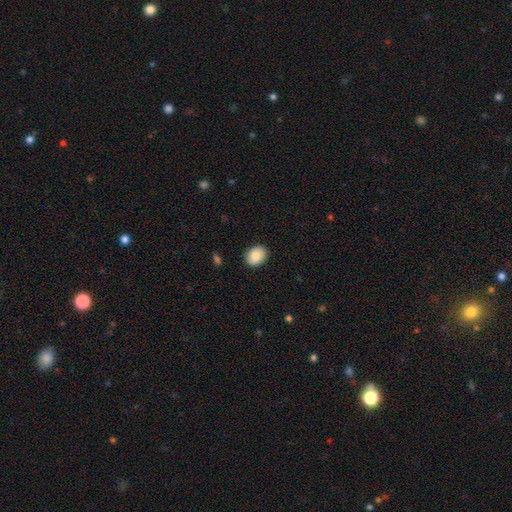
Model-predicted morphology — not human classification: Smooth or featured? Predicted: smooth (p=0.84). How rounded? Predicted: in between (p=0.53). Merging? Predicted: none (p=0.88).